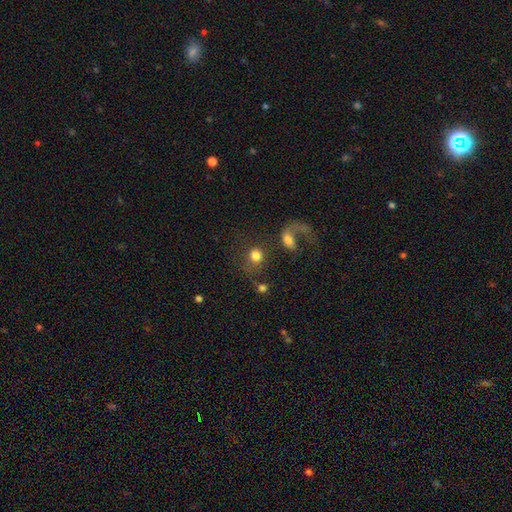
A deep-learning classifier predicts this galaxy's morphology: type=smooth (72%); roundness=round (83%); merging=none (44%).